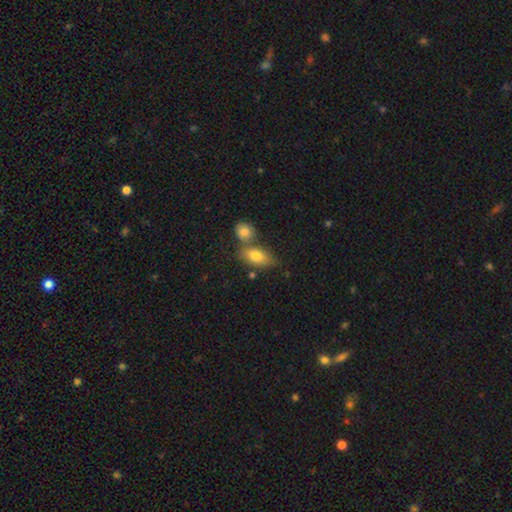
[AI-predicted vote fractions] Smooth or featured? Predicted: smooth (p=0.77). How rounded? Predicted: in between (p=0.85). Merging? Predicted: none (p=0.50).